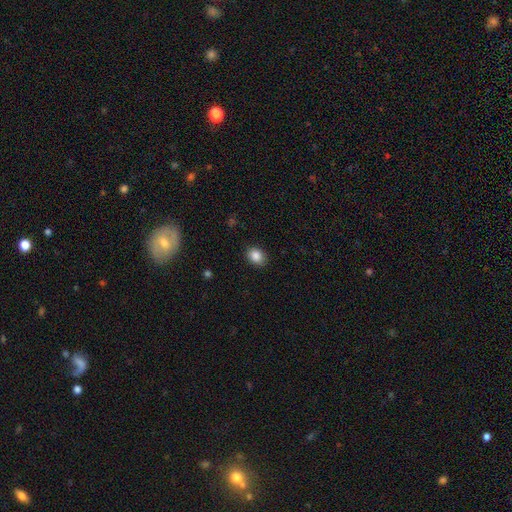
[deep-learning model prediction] Overall: smooth (86%). How rounded: in between (59%; round 41%). Merging: none (89%).